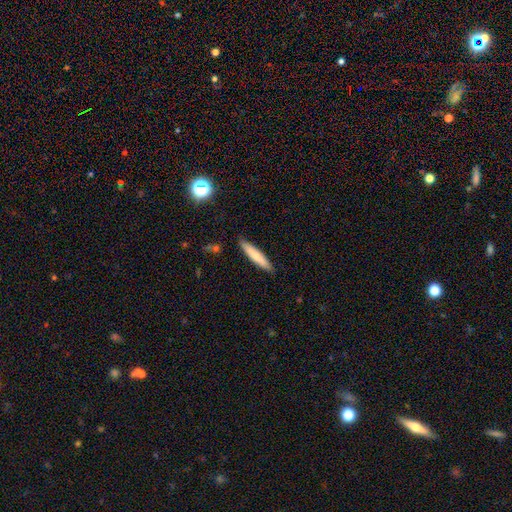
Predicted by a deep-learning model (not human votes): A smooth galaxy with no disk features (76%) that is cigar-shaped (90%).

Vote fractions:
- Smooth or featured? smooth: 76% / featured or disk: 19% / star or artifact: 6%
- How rounded? cigar-shaped: 90% / in between: 9% / round: 1%
- Merging? none: 89% / minor disturbance: 8% / major disturbance: 2% / merger: 1%